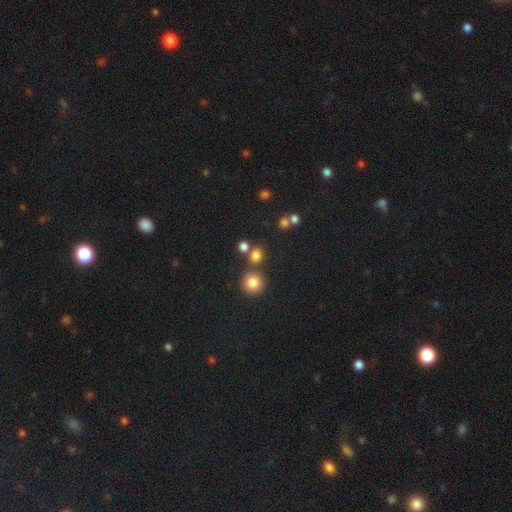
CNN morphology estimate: Smooth or featured?
  - smooth: 77% *
  - star or artifact: 17%
  - featured or disk: 6%
How rounded?
  - round: 80% *
  - in between: 18%
  - cigar-shaped: 1%
Merging?
  - none: 69% *
  - merger: 19%
  - minor disturbance: 8%
  - major disturbance: 4%